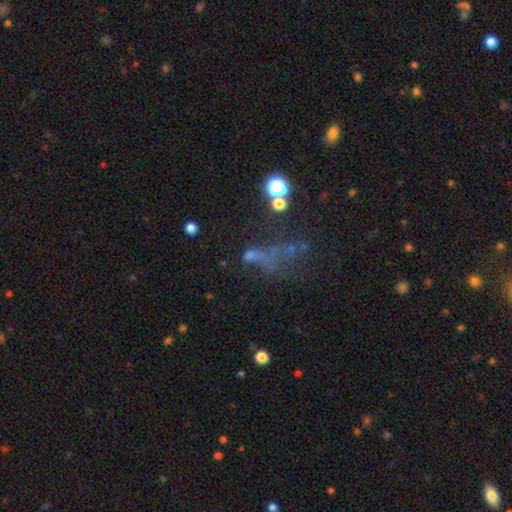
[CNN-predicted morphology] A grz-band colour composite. It shows a smooth galaxy with no disk features (39%). Merging: major disturbance (34%).